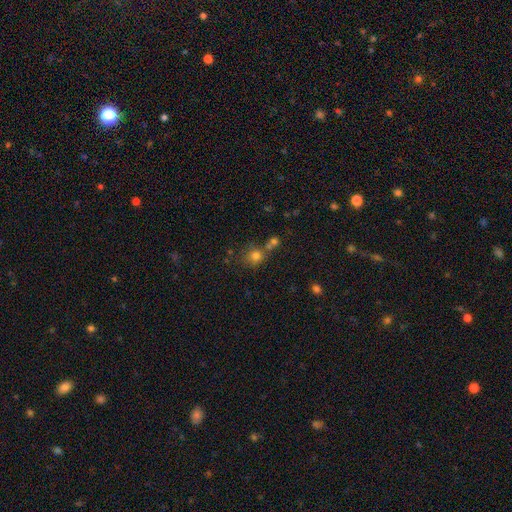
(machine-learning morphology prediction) Q: Smooth or featured?
A: smooth (76%); runner-up: star or artifact (15%)
Q: How rounded?
A: round (82%); runner-up: in between (17%)
Q: Merging?
A: none (55%); runner-up: merger (30%)